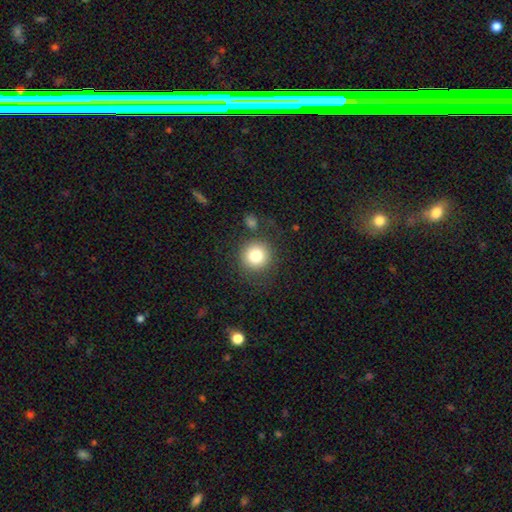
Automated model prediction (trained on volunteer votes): smooth_or_featured: smooth (p=0.81) [alt: star or artifact p=0.10]
how_rounded: round (p=0.94) [alt: in between p=0.05]
merging: none (p=0.81) [alt: minor disturbance p=0.10]